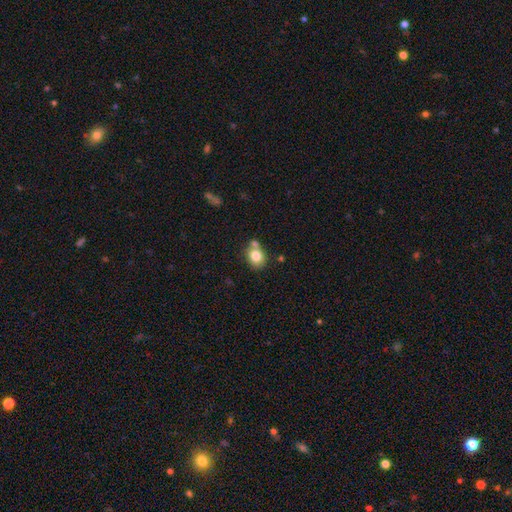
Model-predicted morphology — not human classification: smooth 79%, featured or disk 11%, star or artifact 10%. Down the decision tree: how rounded — round (63%); merging — none (56%).